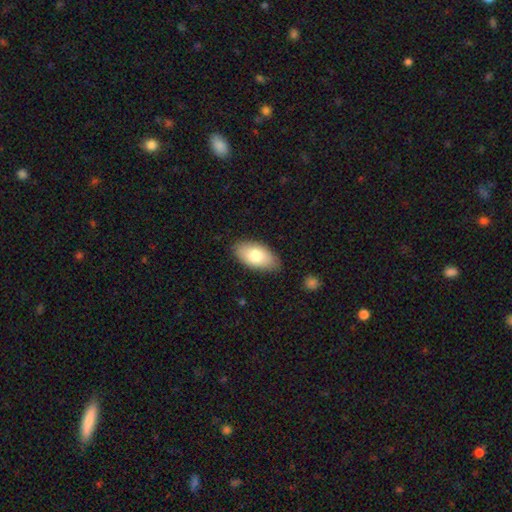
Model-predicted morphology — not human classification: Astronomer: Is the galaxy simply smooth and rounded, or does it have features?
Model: smooth — 78%.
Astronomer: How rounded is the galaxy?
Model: in between — 94%.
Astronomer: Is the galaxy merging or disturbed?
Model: none — 83%.